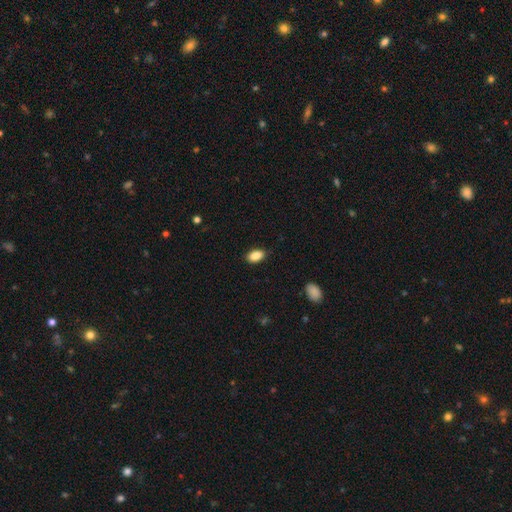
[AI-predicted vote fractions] Morphology: type=smooth (88%); roundness=in between (92%); merging=none (86%).